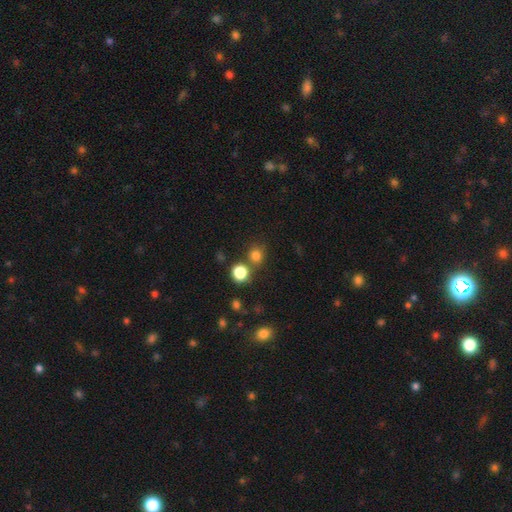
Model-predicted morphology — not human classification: smooth_or_featured: smooth (p=0.77) [alt: star or artifact p=0.17]
how_rounded: round (p=0.85) [alt: in between p=0.14]
merging: none (p=0.70) [alt: merger p=0.17]